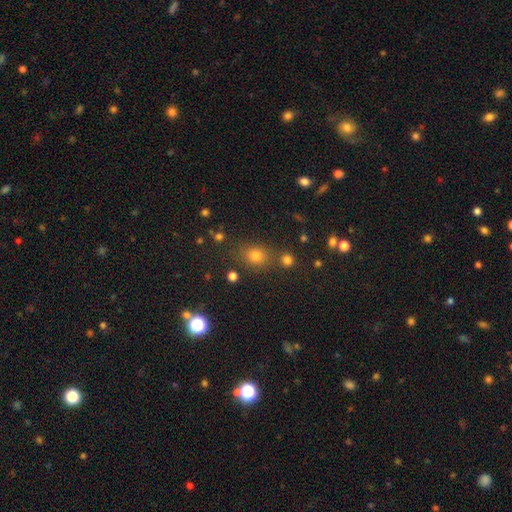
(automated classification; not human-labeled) Q: Smooth or featured?
A: smooth (71%); runner-up: star or artifact (22%)
Q: How rounded?
A: round (68%); runner-up: in between (31%)
Q: Merging?
A: none (77%); runner-up: minor disturbance (10%)